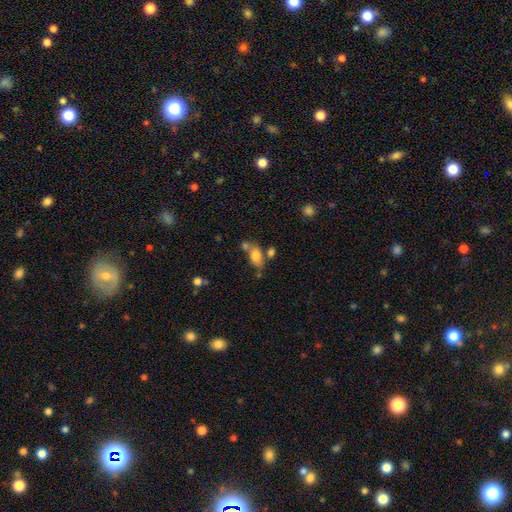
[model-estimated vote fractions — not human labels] Smooth or featured: smooth — 77% (featured or disk — 14%)
How rounded: in between — 87% (round — 8%)
Merging: none — 50% (merger — 28%)